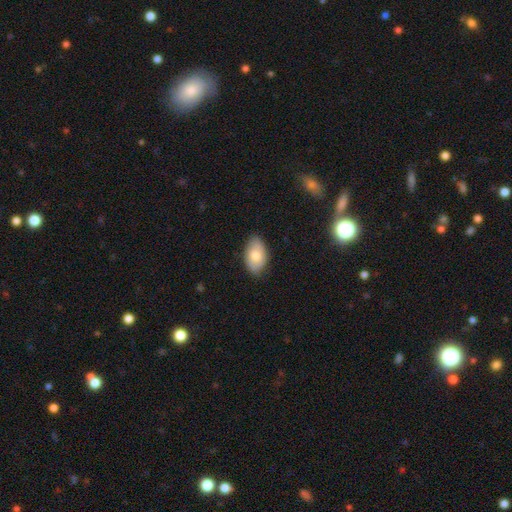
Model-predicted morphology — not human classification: This is likely a smooth galaxy (75%). How rounded: clearly in between (93%). Merging: clearly none (80%).